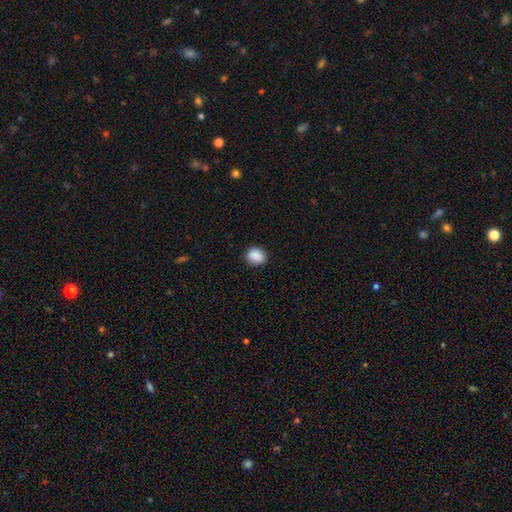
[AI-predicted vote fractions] A smooth galaxy with no disk features (89%) that is round (51%).

Vote fractions:
- Smooth or featured? smooth: 89% / star or artifact: 8% / featured or disk: 3%
- How rounded? round: 51% / in between: 48% / cigar-shaped: 1%
- Merging? none: 86% / minor disturbance: 10% / major disturbance: 2% / merger: 1%